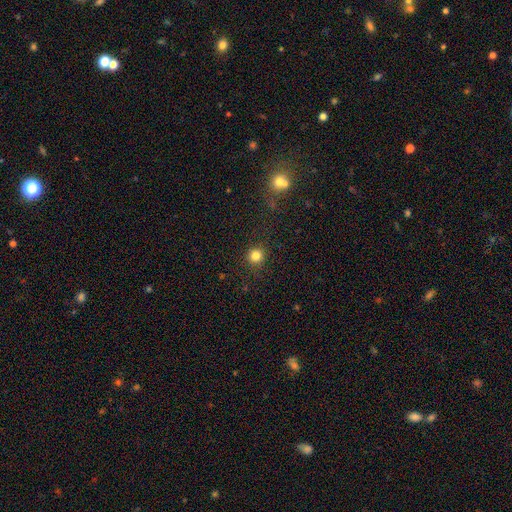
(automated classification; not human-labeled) smooth 82%, star or artifact 13%, featured or disk 5%. Down the decision tree: how rounded — round (93%); merging — none (89%).